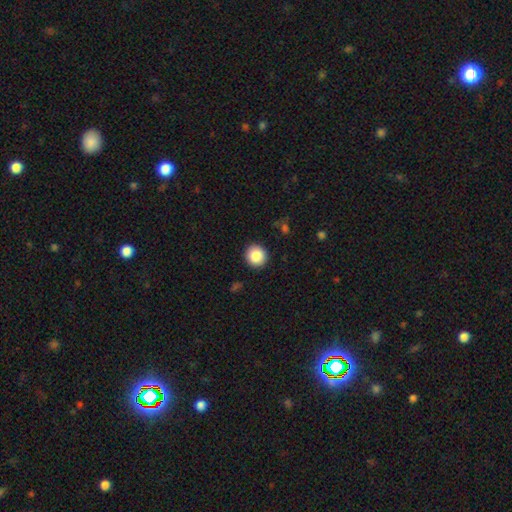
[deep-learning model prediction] This appears to be a smooth galaxy with no disk features (87%) that is round (93%). Merging: none (92%).